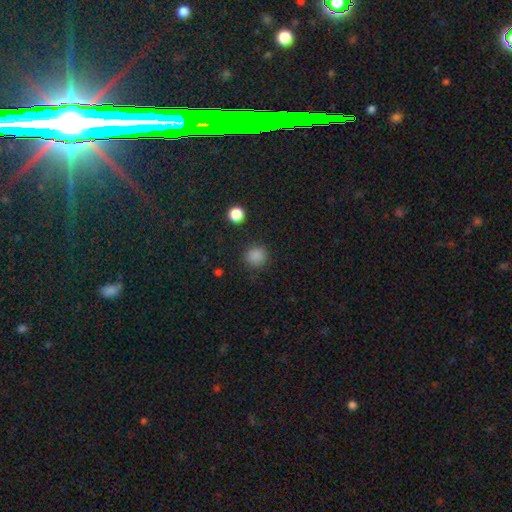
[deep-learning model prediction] smooth-or-featured: smooth: 84% | star or artifact: 13% | featured or disk: 3%
  how-rounded: round: 89% | in between: 10% | cigar-shaped: 1%
  merging: none: 86% | minor disturbance: 9% | major disturbance: 3% | merger: 1%